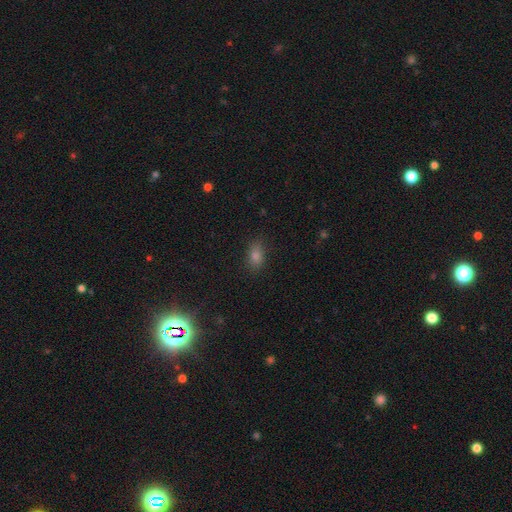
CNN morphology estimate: smooth-or-featured: smooth: 69% | star or artifact: 23% | featured or disk: 7%
  how-rounded: in between: 83% | round: 14% | cigar-shaped: 4%
  merging: none: 85% | minor disturbance: 11% | major disturbance: 3% | merger: 1%